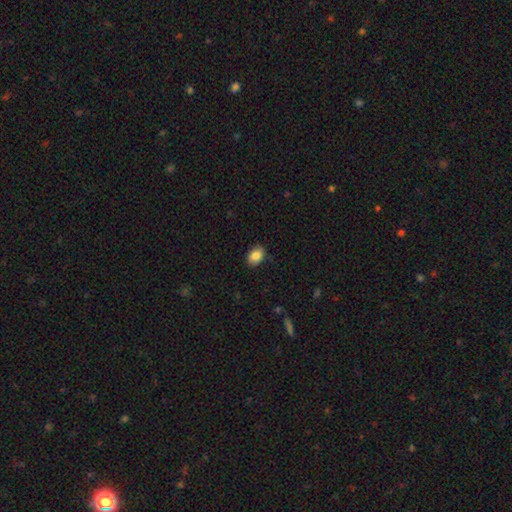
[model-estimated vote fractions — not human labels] The model was most divided on "how rounded": in between: 78%, round: 21%, cigar-shaped: 1%. More confident: smooth or featured — smooth (86%); merging — none (84%).